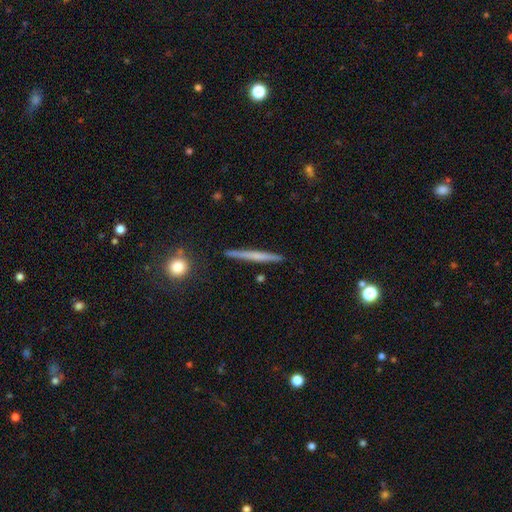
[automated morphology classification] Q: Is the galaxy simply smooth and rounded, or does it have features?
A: featured or disk — 47%.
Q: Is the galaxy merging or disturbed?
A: none — 91%.